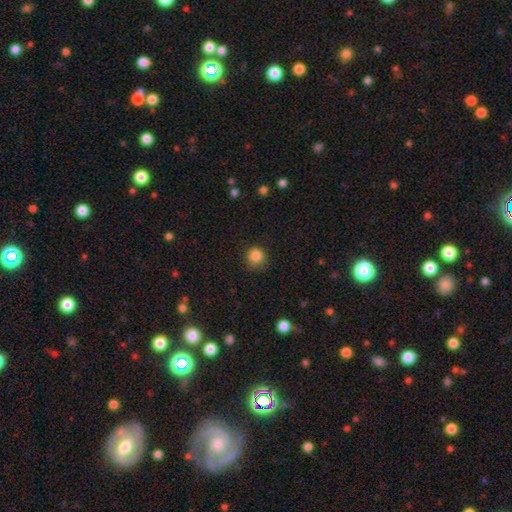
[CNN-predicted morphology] type=smooth (85%); roundness=round (89%); merging=none (77%).